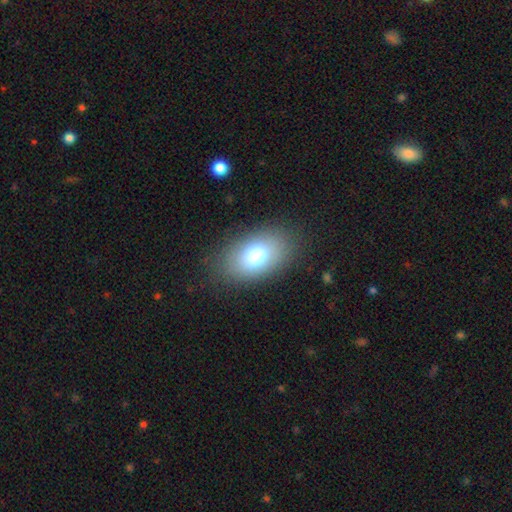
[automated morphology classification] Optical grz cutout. It shows a smooth galaxy with no disk features (79%) that is in between round and cigar-shaped (92%). Merging: none (82%).